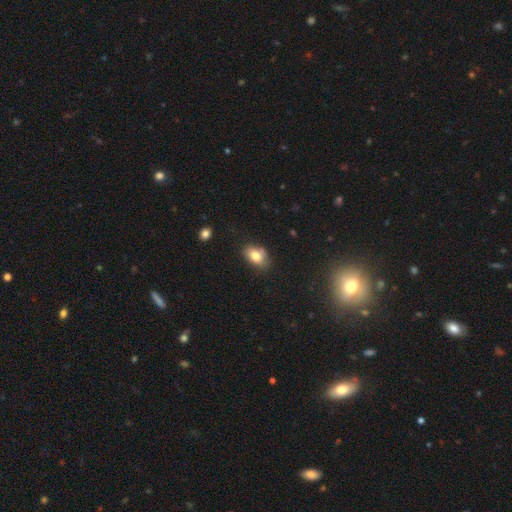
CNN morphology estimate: The model was most divided on "merging": none: 68%, minor disturbance: 22%, major disturbance: 5%, merger: 5%. More confident: how rounded — in between (84%); smooth or featured — smooth (80%).